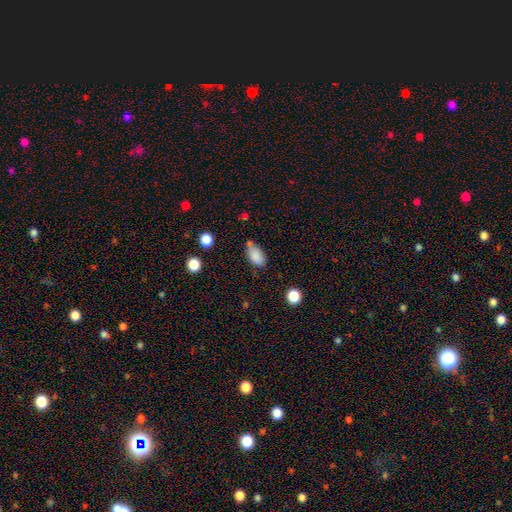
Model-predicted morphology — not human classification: smooth_or_featured: smooth (p=0.85) [alt: star or artifact p=0.09]
how_rounded: in between (p=0.92) [alt: round p=0.06]
merging: none (p=0.60) [alt: minor disturbance p=0.25]